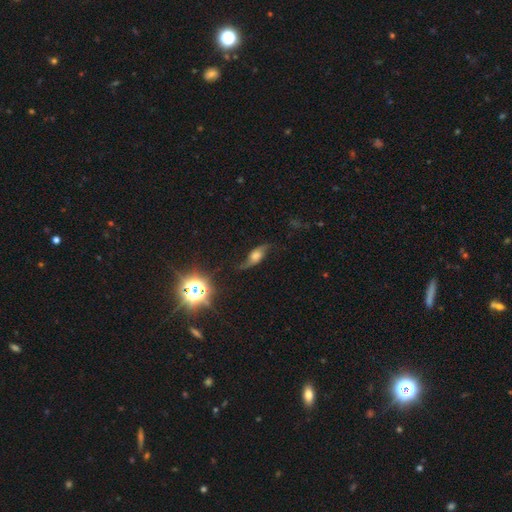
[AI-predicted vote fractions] Smooth or featured: featured or disk — 66% (smooth — 21%)
Edge-on disk: no — 77% (yes — 23%)
Bar: no — 66% (weak — 25%)
Spiral arms: yes — 90% (no — 10%)
Bulge size: moderate — 37% (large — 28%)
Merging: none — 66% (minor disturbance — 20%)